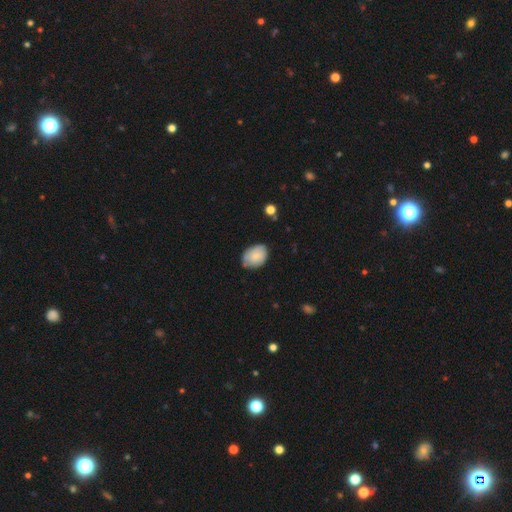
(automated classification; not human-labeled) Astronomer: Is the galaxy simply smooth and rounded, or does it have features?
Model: smooth — 82%.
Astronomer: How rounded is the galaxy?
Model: in between — 74%.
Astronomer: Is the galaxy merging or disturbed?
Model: none — 67%.